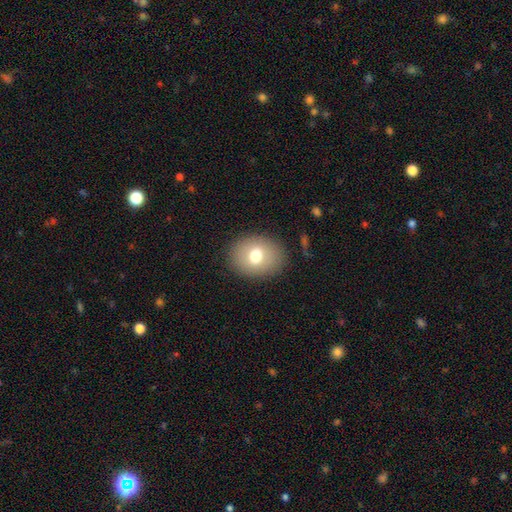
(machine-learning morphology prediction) Smooth or featured: smooth — 73% (featured or disk — 18%)
How rounded: round — 54% (in between — 45%)
Merging: none — 86% (minor disturbance — 9%)